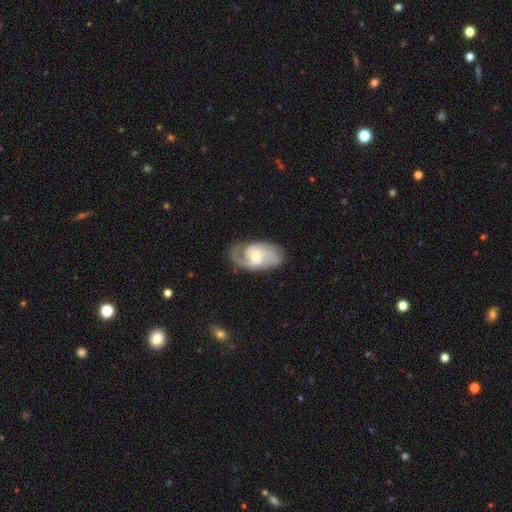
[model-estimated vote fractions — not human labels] This is clearly a featured or disk galaxy (80%). It is clearly not viewed edge-on (96%). Bar: possibly no (53%). Spiral arm pattern: clearly yes (93%). Spiral arm count: possibly 2 (60%). Spiral winding: possibly medium (47%). Central bulge: possibly moderate (58%). Merging: likely none (68%).